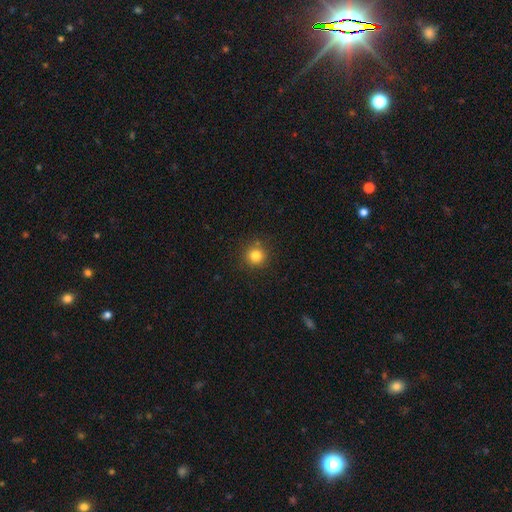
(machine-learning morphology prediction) smooth_or_featured: smooth (p=0.81) [alt: star or artifact p=0.13]
how_rounded: round (p=0.94) [alt: in between p=0.05]
merging: none (p=0.88) [alt: minor disturbance p=0.07]